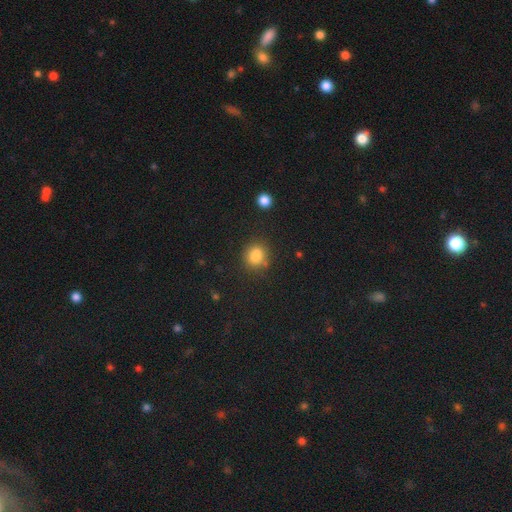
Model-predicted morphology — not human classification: Smooth or featured: smooth — 83% (star or artifact — 12%)
How rounded: round — 66% (in between — 33%)
Merging: none — 74% (minor disturbance — 14%)